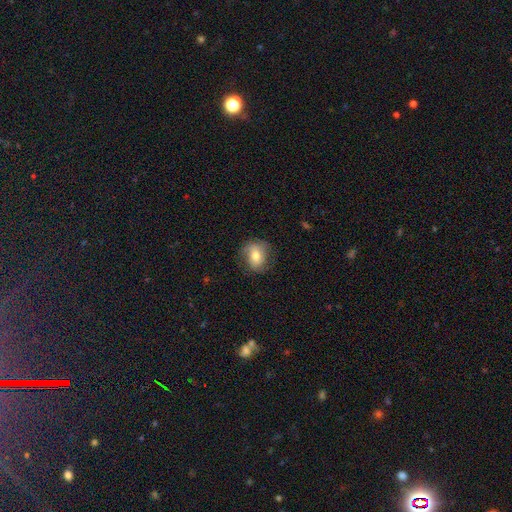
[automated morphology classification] The model was most divided on "how rounded": round: 56%, in between: 43%, cigar-shaped: 1%. More confident: merging — none (72%); smooth or featured — smooth (65%).